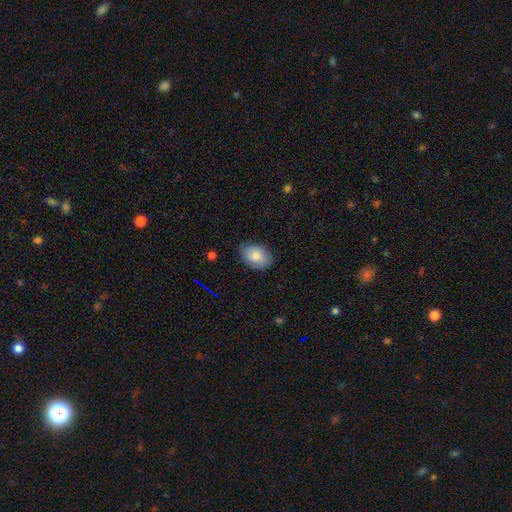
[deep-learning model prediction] Smooth or featured?
  - smooth: 81% *
  - featured or disk: 12%
  - star or artifact: 7%
How rounded?
  - in between: 84% *
  - round: 15%
  - cigar-shaped: 1%
Merging?
  - none: 79% *
  - minor disturbance: 17%
  - major disturbance: 3%
  - merger: 1%